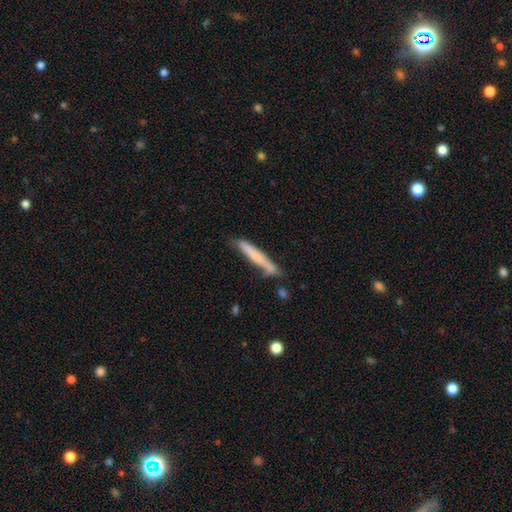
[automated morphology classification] The model was most divided on "smooth or featured": smooth: 66%, featured or disk: 28%, star or artifact: 6%. More confident: how rounded — cigar-shaped (95%); merging — none (65%).